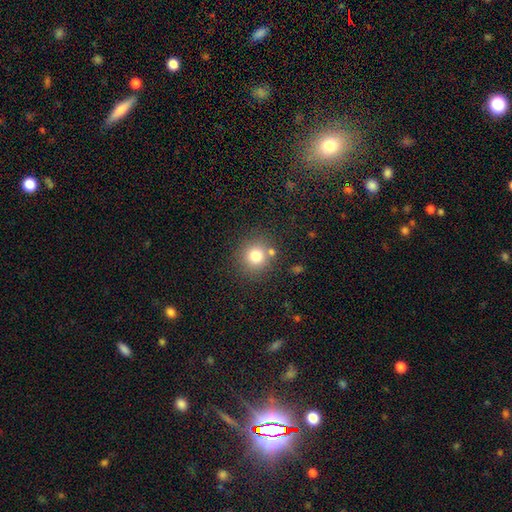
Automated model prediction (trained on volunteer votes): This appears to be a smooth galaxy with no disk features (79%) that is round (89%). Merging: none (79%).